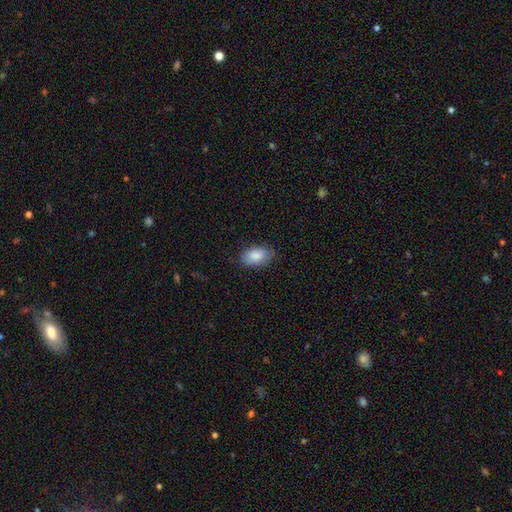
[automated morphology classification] Overall: smooth (87%). How rounded: in between (92%). Merging: none (83%).